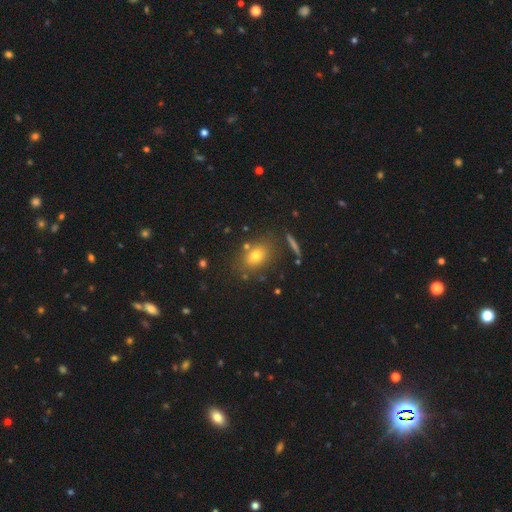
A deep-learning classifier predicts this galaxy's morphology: smooth 72%, featured or disk 15%, star or artifact 14%. Down the decision tree: how rounded — in between (69%); merging — none (77%).